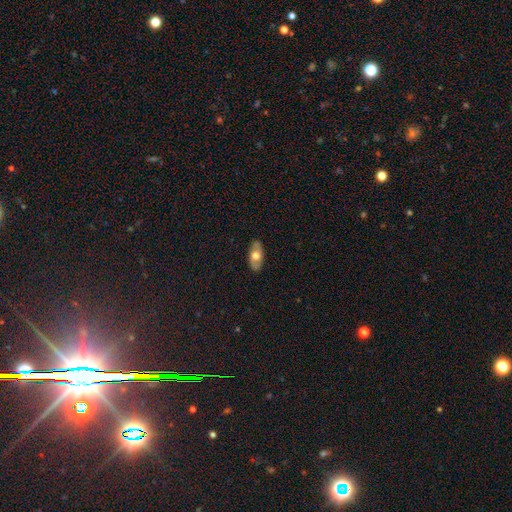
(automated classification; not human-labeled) Morphology: type=smooth (52%); roundness=in between (90%); merging=none (85%).